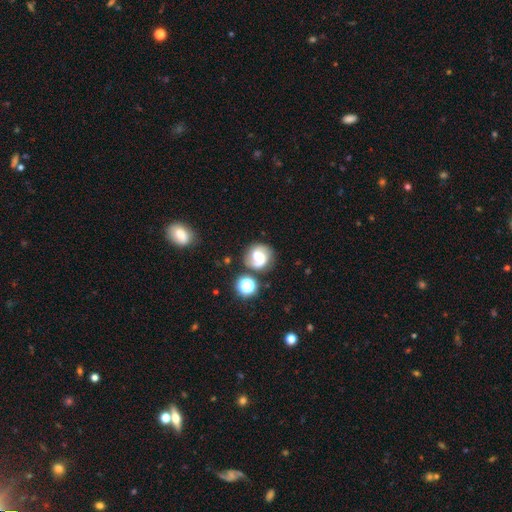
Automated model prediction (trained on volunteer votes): A featured or disk galaxy (66%) with a weak bar (47%), 2 (78%) medium (48%) spiral arms (92%) and a moderate central bulge (40%).

Vote fractions:
- Smooth or featured? featured or disk: 66% / smooth: 23% / star or artifact: 10%
- Edge-on disk? no: 98% / yes: 2%
- Bar? weak: 47% / no: 36% / strong: 17%
- Spiral arms? yes: 92% / no: 8%
- Spiral winding? medium: 48% / tight: 26% / loose: 26%
- Spiral arm count? 2: 78% / 1: 13% / can't tell: 6% / 3: 2% / 4: 1% / more than 4: 1%
- Bulge size? moderate: 40% / small: 22% / large: 21% / none: 13% / dominant: 4%
- Merging? none: 69% / minor disturbance: 15% / merger: 9% / major disturbance: 7%